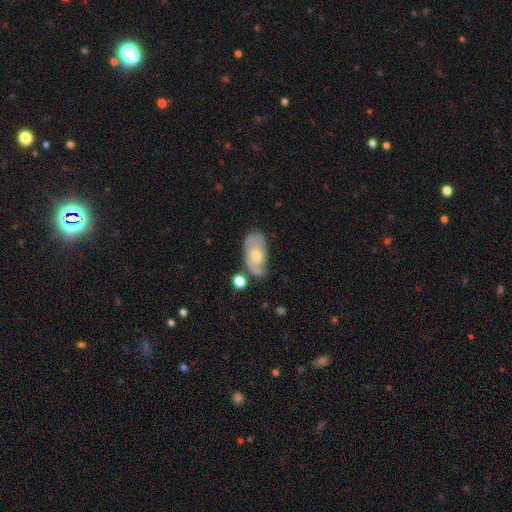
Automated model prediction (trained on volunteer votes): Smooth or featured? featured or disk (55%)
Edge-on disk? no (91%)
Merging? none (58%)